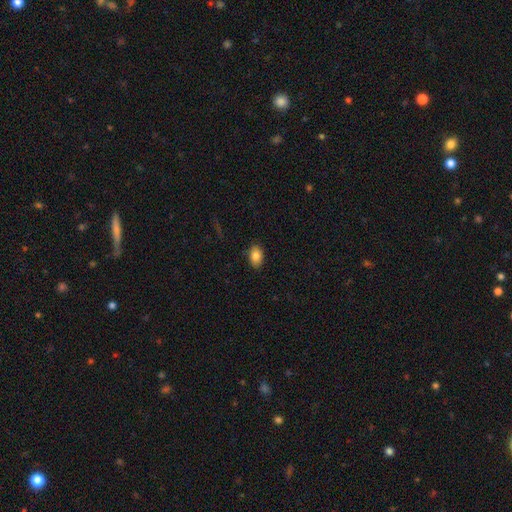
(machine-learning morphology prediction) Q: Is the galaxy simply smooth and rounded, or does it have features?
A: smooth — 84%.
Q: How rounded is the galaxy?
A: in between — 86%.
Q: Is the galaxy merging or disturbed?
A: none — 87%.